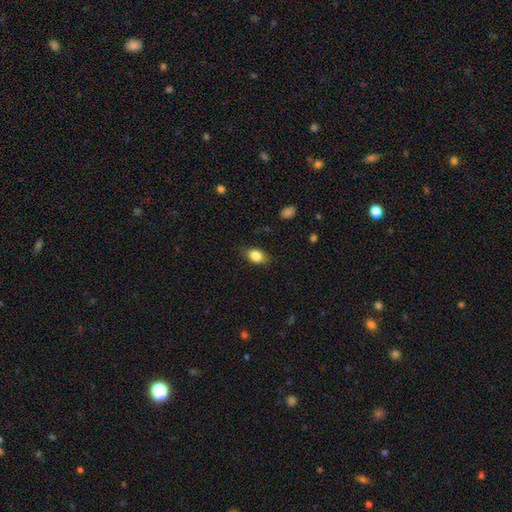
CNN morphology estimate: This appears to be a smooth galaxy with no disk features (84%) that is in between round and cigar-shaped (79%). Merging: none (80%).